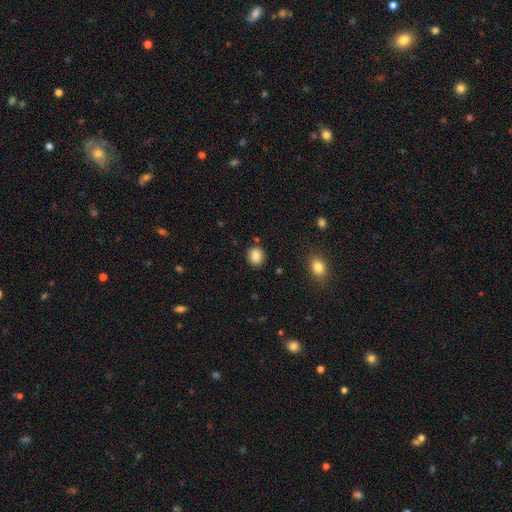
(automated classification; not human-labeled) A smooth galaxy with no disk features (85%) that is round (65%).

Vote fractions:
- Smooth or featured? smooth: 85% / star or artifact: 9% / featured or disk: 6%
- How rounded? round: 65% / in between: 34% / cigar-shaped: 1%
- Merging? none: 86% / minor disturbance: 9% / major disturbance: 2% / merger: 2%